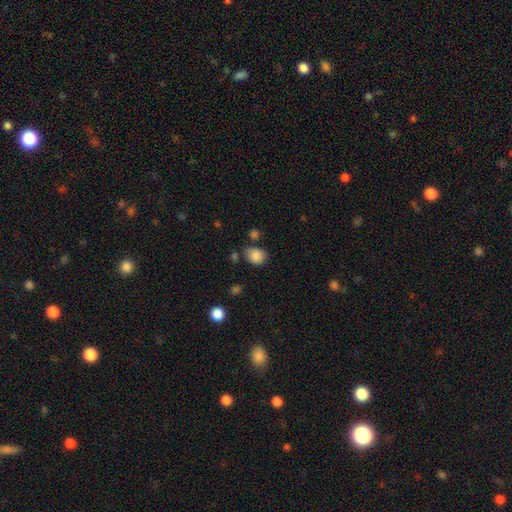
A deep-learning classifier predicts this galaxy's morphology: smooth-or-featured: smooth: 86% | star or artifact: 9% | featured or disk: 4%
  how-rounded: round: 54% | in between: 45% | cigar-shaped: 1%
  merging: none: 68% | minor disturbance: 20% | merger: 6% | major disturbance: 5%